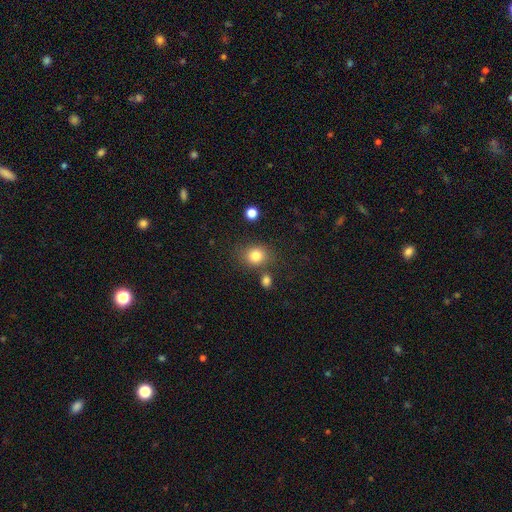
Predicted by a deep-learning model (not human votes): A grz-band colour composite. It shows a smooth galaxy with no disk features (81%) that is round (71%). Merging: none (76%).